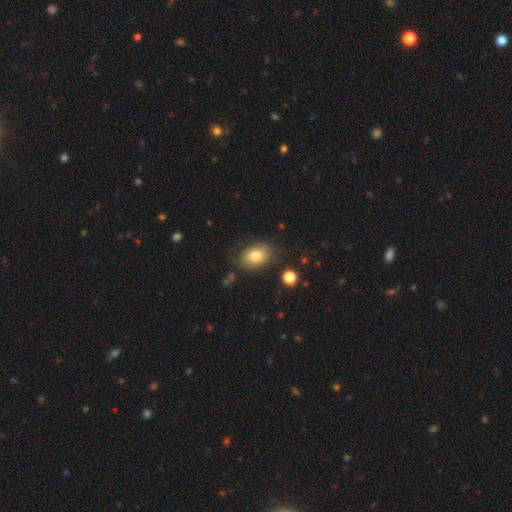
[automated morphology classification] Smooth or featured: smooth — 79% (featured or disk — 12%)
How rounded: in between — 78% (round — 21%)
Merging: none — 74% (minor disturbance — 18%)